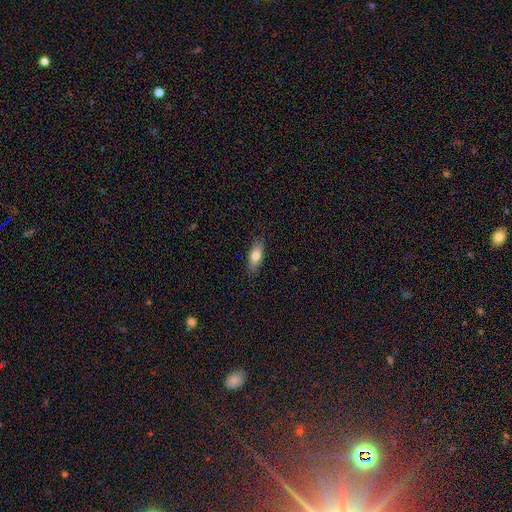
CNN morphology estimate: The model was most divided on "how rounded": in between: 70%, cigar-shaped: 27%, round: 3%. More confident: merging — none (85%); smooth or featured — smooth (74%).